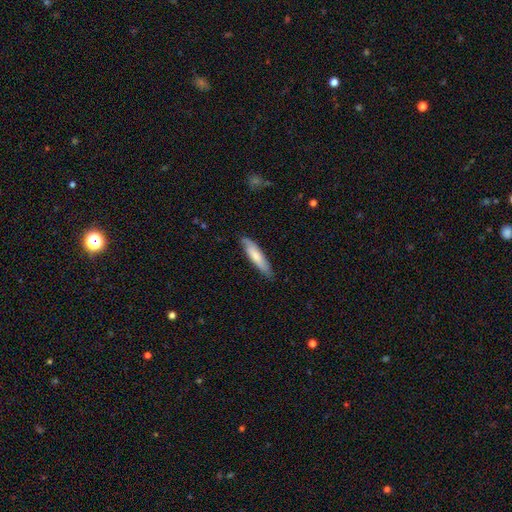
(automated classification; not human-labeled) Overall: smooth (70%). How rounded: cigar-shaped (78%). Merging: none (80%).